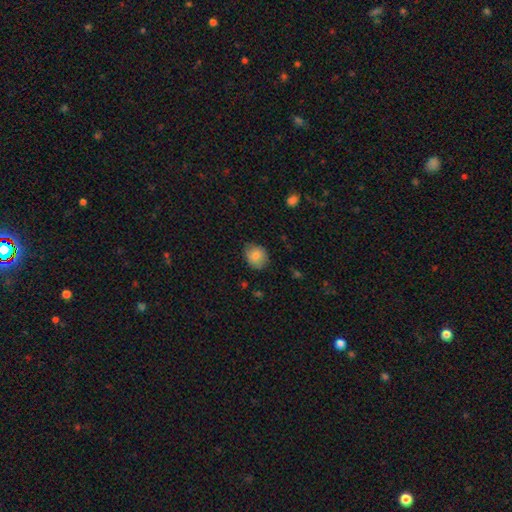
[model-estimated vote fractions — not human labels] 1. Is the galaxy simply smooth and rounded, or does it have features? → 84% smooth, 9% featured or disk, 8% star or artifact.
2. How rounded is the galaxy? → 63% round, 36% in between, 1% cigar-shaped.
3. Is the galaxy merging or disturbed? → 74% none, 21% minor disturbance, 4% major disturbance, 1% merger.